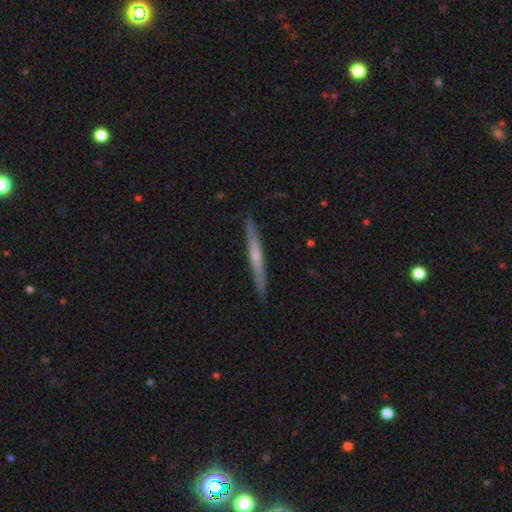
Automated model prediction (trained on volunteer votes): Overall: featured or disk (54%; smooth 40%). Edge-on disk: yes (96%). Edge-on bulge: none (58%; rounded 36%). Merging: none (91%).